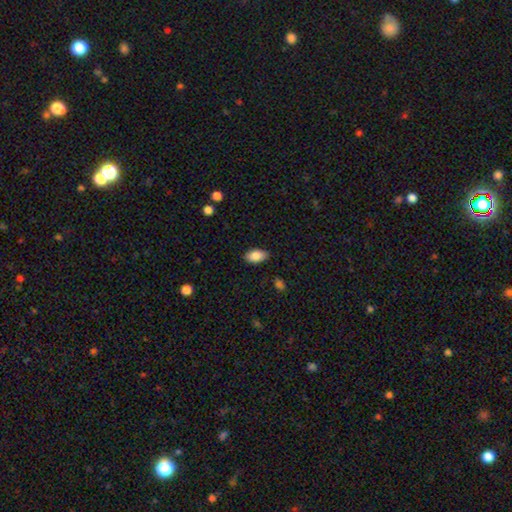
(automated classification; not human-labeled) A smooth galaxy with no disk features (86%) that is in between round and cigar-shaped (93%).

Vote fractions:
- Smooth or featured? smooth: 86% / featured or disk: 7% / star or artifact: 7%
- How rounded? in between: 93% / round: 4% / cigar-shaped: 2%
- Merging? none: 87% / minor disturbance: 10% / major disturbance: 2% / merger: 1%